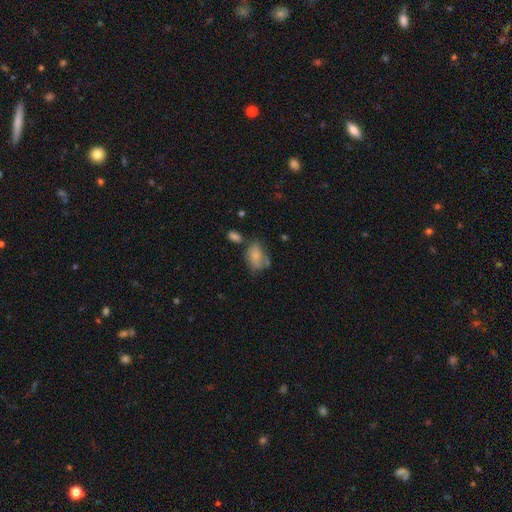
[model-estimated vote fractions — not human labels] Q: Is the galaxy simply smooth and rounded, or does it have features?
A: smooth — 75%.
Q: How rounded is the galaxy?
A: in between — 85%.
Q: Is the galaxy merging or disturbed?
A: none — 41%.